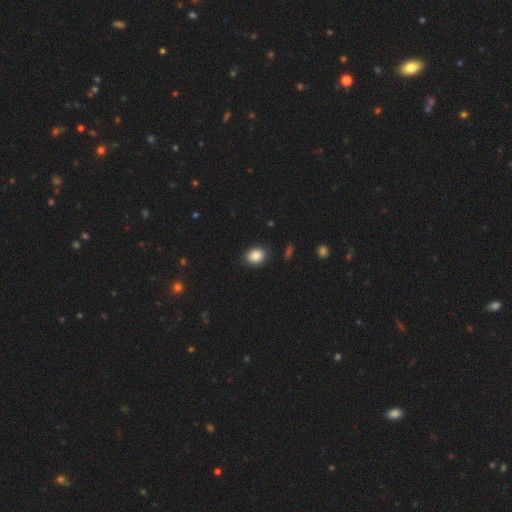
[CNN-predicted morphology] Smooth or featured? Predicted: smooth (p=0.87). How rounded? Predicted: in between (p=0.64). Merging? Predicted: none (p=0.86).